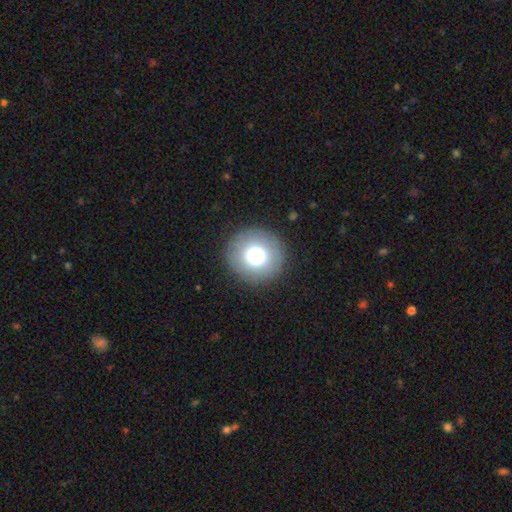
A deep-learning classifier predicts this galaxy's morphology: This is likely a smooth galaxy (77%). How rounded: clearly round (96%). Merging: clearly none (91%).